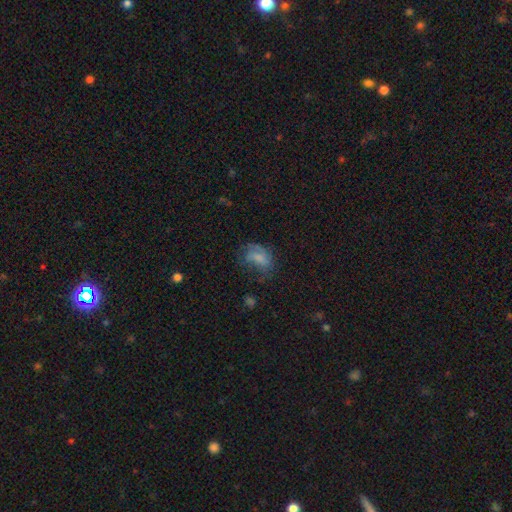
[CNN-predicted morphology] Smooth or featured? Predicted: smooth (p=0.44). Merging? Predicted: none (p=0.48).